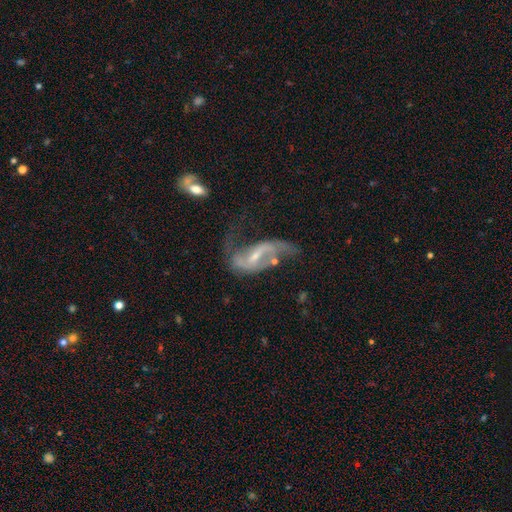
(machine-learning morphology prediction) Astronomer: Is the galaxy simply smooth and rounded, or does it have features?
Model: featured or disk — 82%.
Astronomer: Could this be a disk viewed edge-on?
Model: no — 94%.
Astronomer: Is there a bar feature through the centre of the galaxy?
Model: weak — 43% (runner-up: strong, 34%).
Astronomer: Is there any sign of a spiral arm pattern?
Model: yes — 87%.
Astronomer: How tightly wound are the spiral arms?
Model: loose — 75%.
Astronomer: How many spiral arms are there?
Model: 2 — 81%.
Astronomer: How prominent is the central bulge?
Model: small — 59%.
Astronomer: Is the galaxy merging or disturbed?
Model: none — 37% (runner-up: major disturbance, 34%).